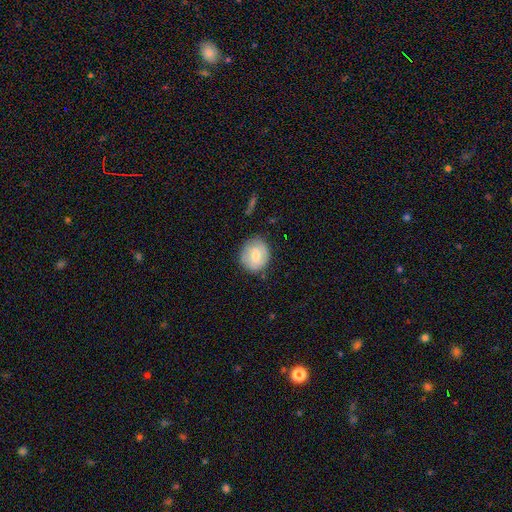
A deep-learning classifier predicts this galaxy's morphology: type=smooth (69%); roundness=round (74%); merging=none (76%).